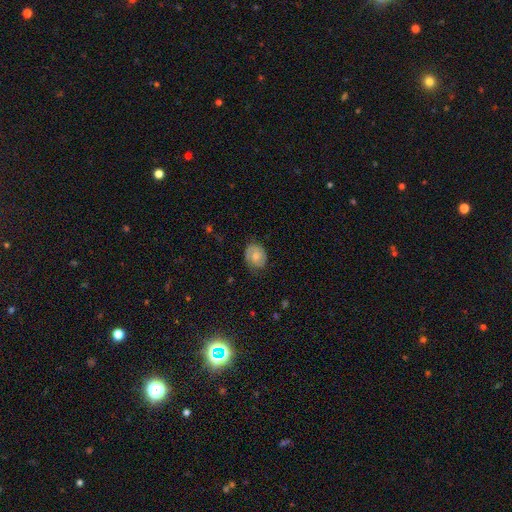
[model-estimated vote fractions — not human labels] Overall: featured or disk (47%; smooth 46%). Merging: none (73%).